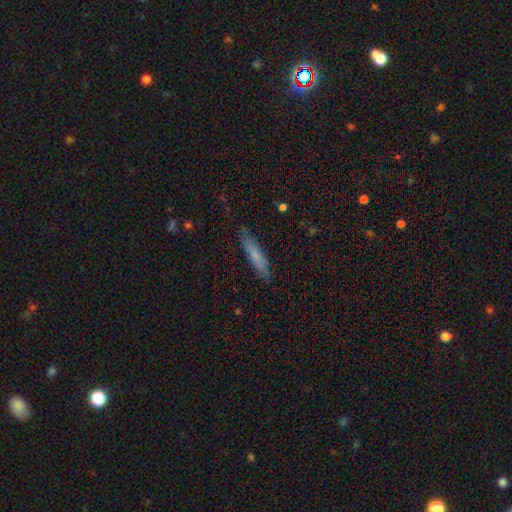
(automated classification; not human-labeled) Morphology: type=smooth (71%); roundness=cigar-shaped (76%); merging=none (80%).